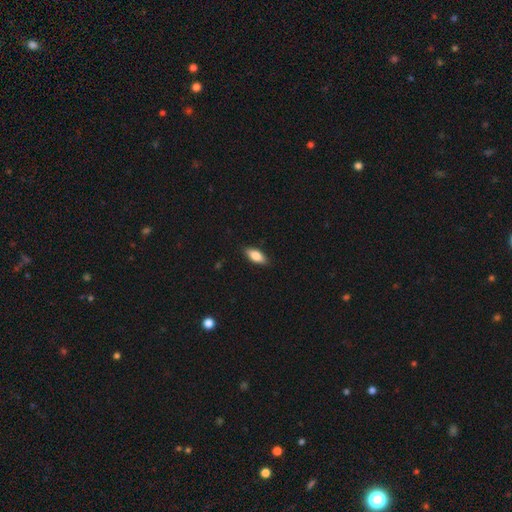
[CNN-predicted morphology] smooth_or_featured: smooth (p=0.79) [alt: featured or disk p=0.14]
how_rounded: in between (p=0.81) [alt: cigar-shaped p=0.17]
merging: none (p=0.88) [alt: minor disturbance p=0.09]